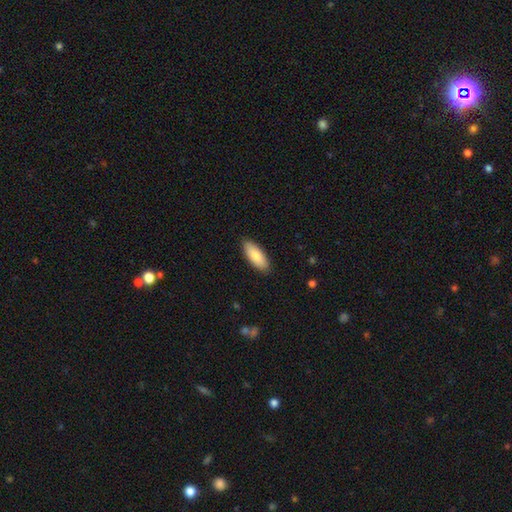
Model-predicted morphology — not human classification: This appears to be a smooth galaxy with no disk features (84%) that is in between round and cigar-shaped (78%). Merging: none (88%).